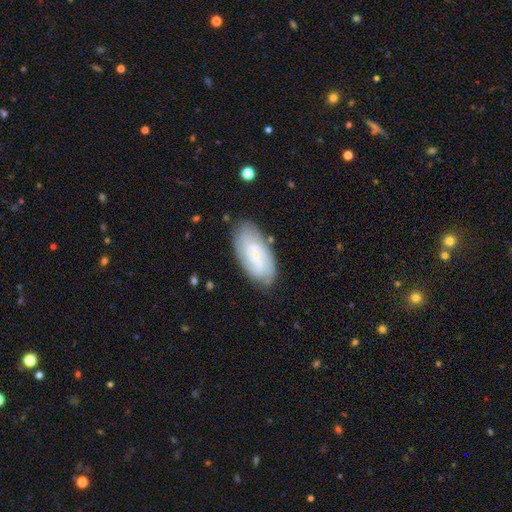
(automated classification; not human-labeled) This appears to be a featured or disk galaxy (55%) with no bar (56%), spiral arms (85%) and a small central bulge (64%). Merging: none (74%).